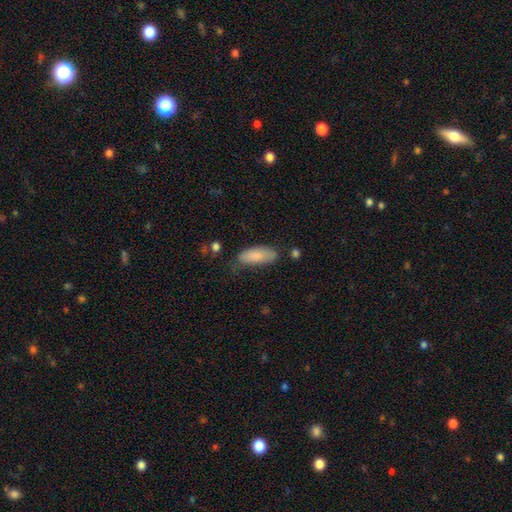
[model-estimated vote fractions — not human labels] Q: Smooth or featured?
A: smooth (84%); runner-up: featured or disk (10%)
Q: How rounded?
A: in between (74%); runner-up: cigar-shaped (24%)
Q: Merging?
A: none (61%); runner-up: minor disturbance (28%)